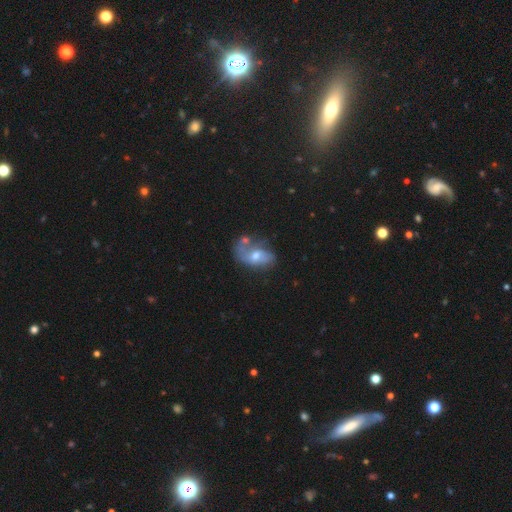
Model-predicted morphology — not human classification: Overall: featured or disk (55%; smooth 37%). Edge-on disk: no (96%). Bar: no (64%; weak 30%). Spiral arms: yes (67%; no 33%). Bulge size: moderate (65%; small 26%). Merging: none (32%; merger 24%).